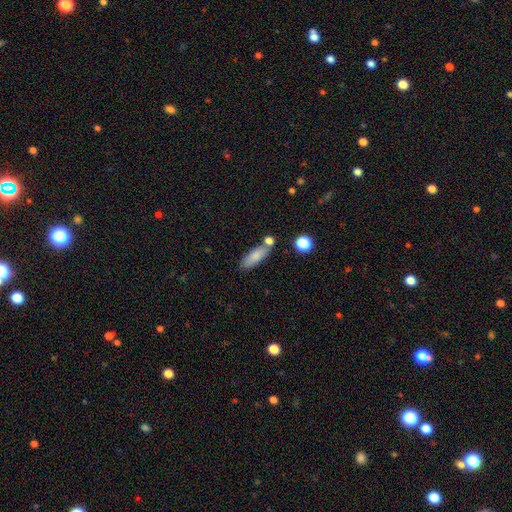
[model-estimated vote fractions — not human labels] Smooth or featured?
  - smooth: 80% *
  - featured or disk: 12%
  - star or artifact: 8%
How rounded?
  - in between: 59% *
  - cigar-shaped: 38%
  - round: 3%
Merging?
  - none: 68% *
  - merger: 14%
  - minor disturbance: 14%
  - major disturbance: 4%